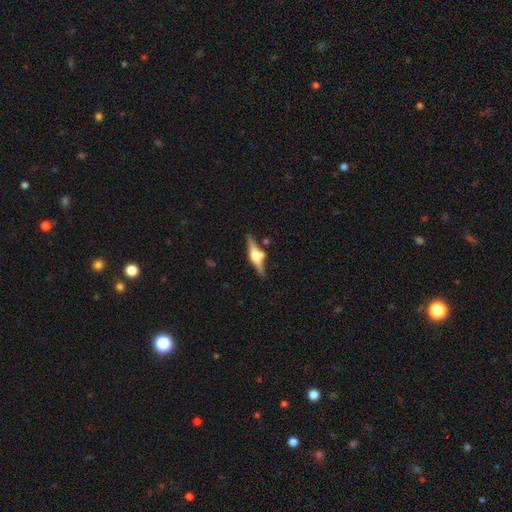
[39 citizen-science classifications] Smooth or featured: featured or disk — 79% (smooth — 10%)
Edge-on disk: yes — 97% (no — 3%)
Edge-on bulge: rounded — 93% (boxy — 7%)
Merging: none — 63% (minor disturbance — 17%)